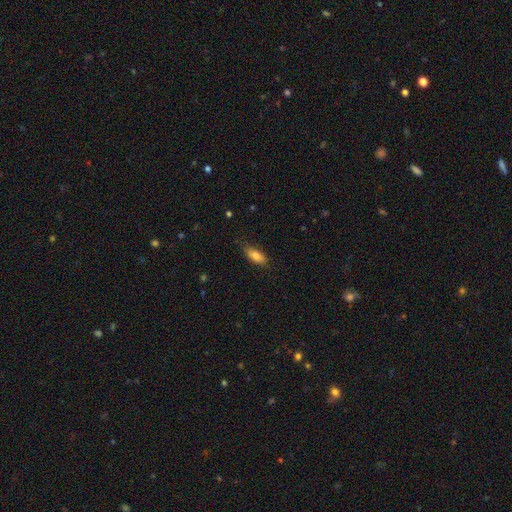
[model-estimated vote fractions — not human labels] smooth_or_featured: smooth (p=0.81) [alt: featured or disk p=0.12]
how_rounded: in between (p=0.79) [alt: cigar-shaped p=0.19]
merging: none (p=0.73) [alt: minor disturbance p=0.22]